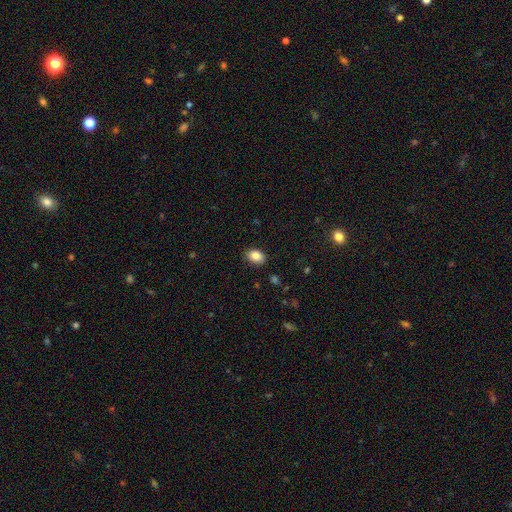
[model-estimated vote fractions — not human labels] Q: Smooth or featured?
A: smooth (85%); runner-up: star or artifact (8%)
Q: How rounded?
A: in between (82%); runner-up: round (17%)
Q: Merging?
A: none (87%); runner-up: minor disturbance (10%)